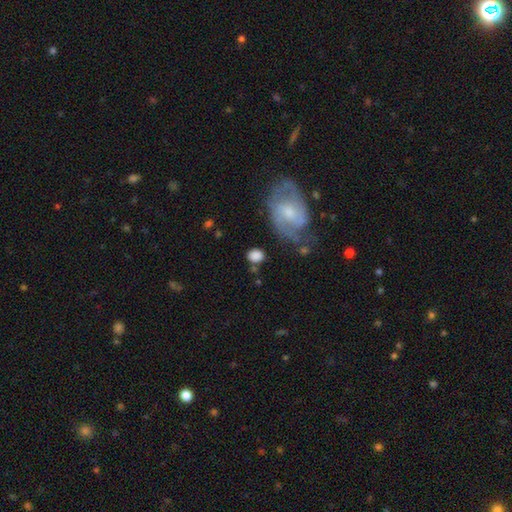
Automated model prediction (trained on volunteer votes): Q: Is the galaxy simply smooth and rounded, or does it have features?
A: smooth — 77%.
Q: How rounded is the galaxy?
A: round — 62%.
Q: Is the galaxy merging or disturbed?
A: none — 70%.